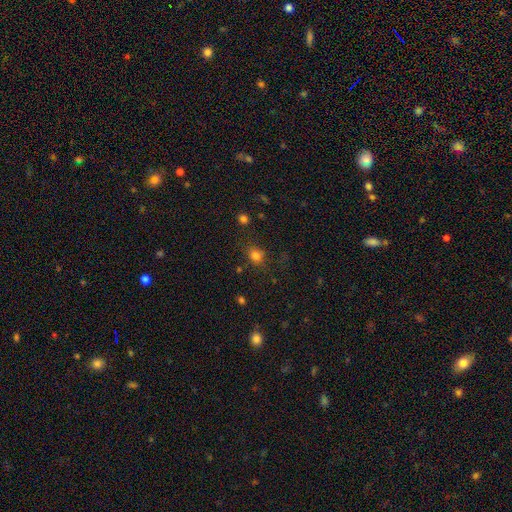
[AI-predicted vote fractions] Q: Smooth or featured?
A: smooth (78%); runner-up: star or artifact (16%)
Q: How rounded?
A: round (72%); runner-up: in between (27%)
Q: Merging?
A: none (76%); runner-up: minor disturbance (15%)